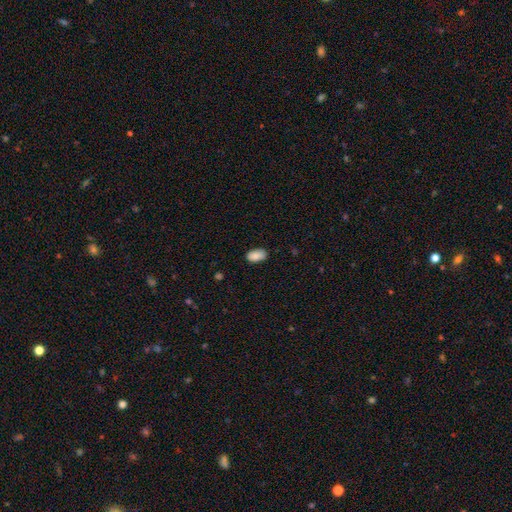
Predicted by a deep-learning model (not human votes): Smooth or featured: smooth — 88% (star or artifact — 7%)
How rounded: in between — 94% (round — 5%)
Merging: none — 83% (minor disturbance — 14%)